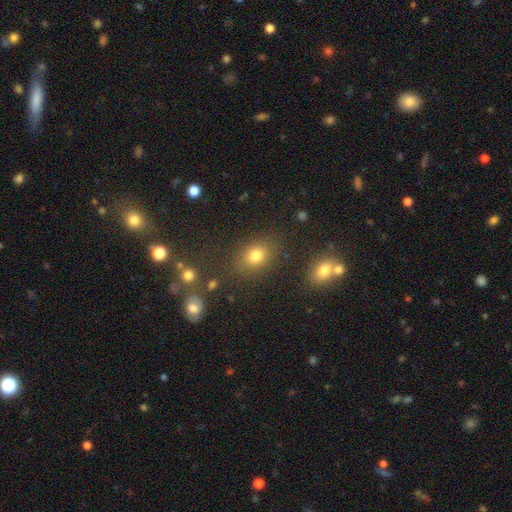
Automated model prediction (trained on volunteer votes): A smooth galaxy with no disk features (76%) that is in between round and cigar-shaped (55%).

Vote fractions:
- Smooth or featured? smooth: 76% / star or artifact: 15% / featured or disk: 8%
- How rounded? in between: 55% / round: 44% / cigar-shaped: 2%
- Merging? none: 79% / minor disturbance: 12% / major disturbance: 5% / merger: 5%